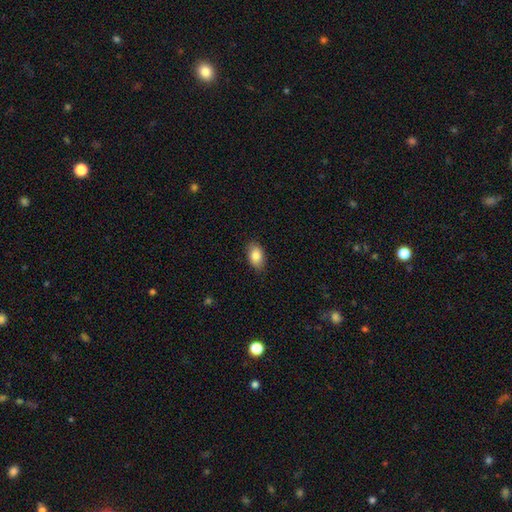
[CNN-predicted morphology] A smooth galaxy with no disk features (85%) that is in between round and cigar-shaped (90%).

Vote fractions:
- Smooth or featured? smooth: 85% / featured or disk: 7% / star or artifact: 7%
- How rounded? in between: 90% / round: 9% / cigar-shaped: 2%
- Merging? none: 85% / minor disturbance: 11% / major disturbance: 2% / merger: 1%